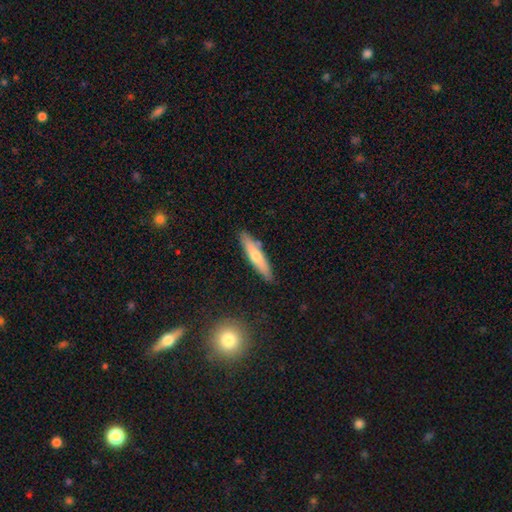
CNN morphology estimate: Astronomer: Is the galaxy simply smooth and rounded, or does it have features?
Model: smooth — 55% (runner-up: featured or disk, 38%).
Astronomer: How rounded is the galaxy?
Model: cigar-shaped — 84%.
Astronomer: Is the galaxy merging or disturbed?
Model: none — 85%.